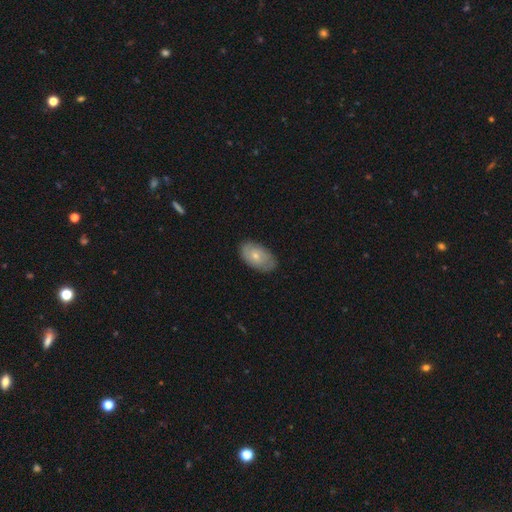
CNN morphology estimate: Smooth or featured? smooth (57%)
How rounded? in between (92%)
Merging? none (78%)